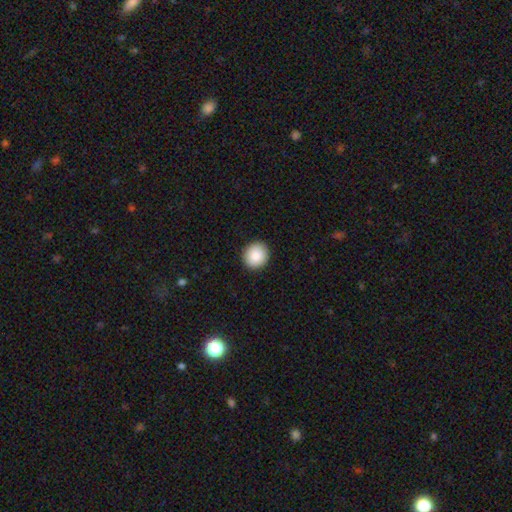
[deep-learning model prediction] Smooth or featured? Predicted: smooth (p=0.88). How rounded? Predicted: round (p=0.84). Merging? Predicted: none (p=0.91).